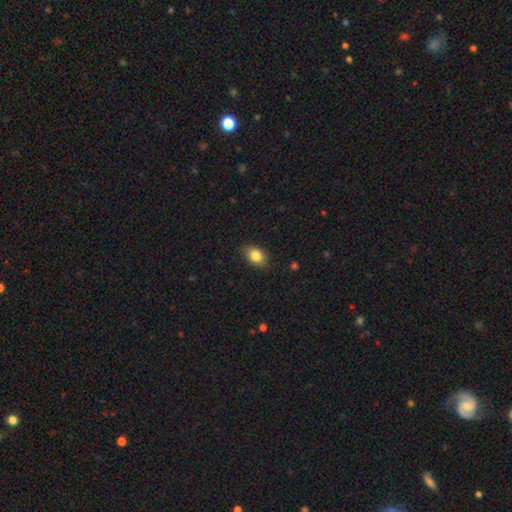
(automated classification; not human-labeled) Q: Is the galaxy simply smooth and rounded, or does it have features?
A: smooth — 83%.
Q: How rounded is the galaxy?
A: in between — 82%.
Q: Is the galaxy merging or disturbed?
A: none — 83%.